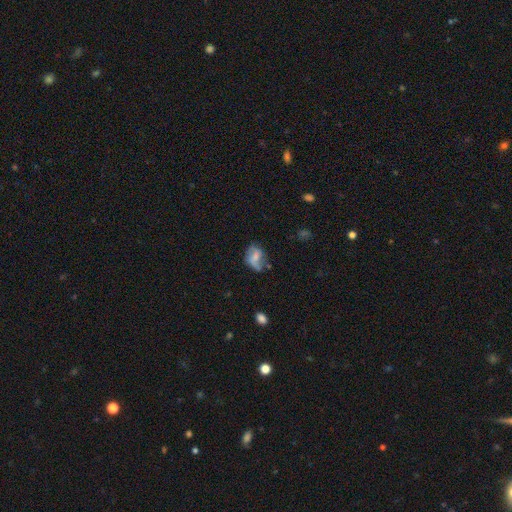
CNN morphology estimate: Smooth or featured?
  - featured or disk: 47% *
  - smooth: 43%
  - star or artifact: 11%
Merging?
  - none: 50% *
  - minor disturbance: 30%
  - major disturbance: 15%
  - merger: 5%